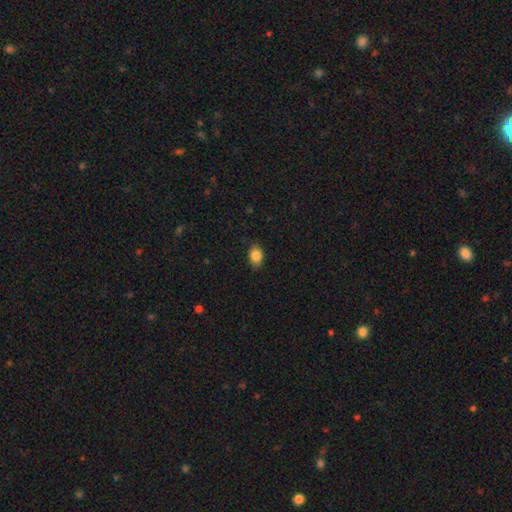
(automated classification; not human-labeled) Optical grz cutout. It shows a smooth galaxy with no disk features (86%) that is in between round and cigar-shaped (77%). Merging: none (84%).